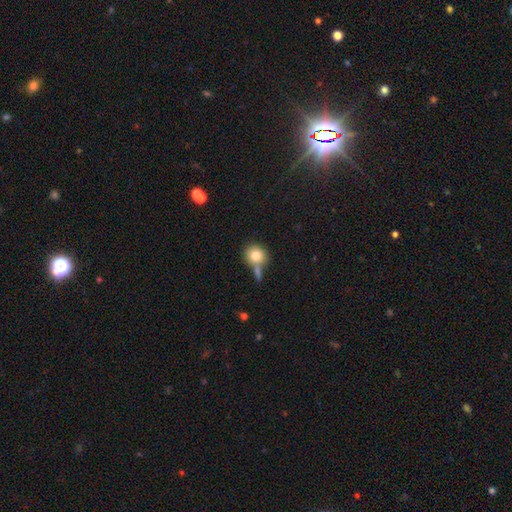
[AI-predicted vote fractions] The model was most divided on "merging": none: 54%, merger: 26%, minor disturbance: 14%, major disturbance: 6%. More confident: how rounded — round (83%); smooth or featured — smooth (81%).